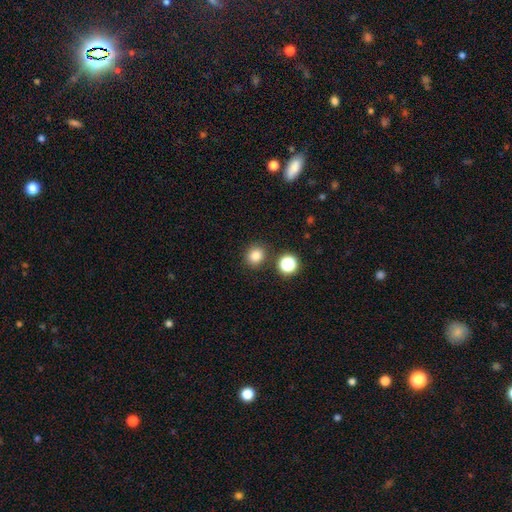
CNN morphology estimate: This is clearly a smooth galaxy (81%). How rounded: clearly round (83%). Merging: clearly none (85%).